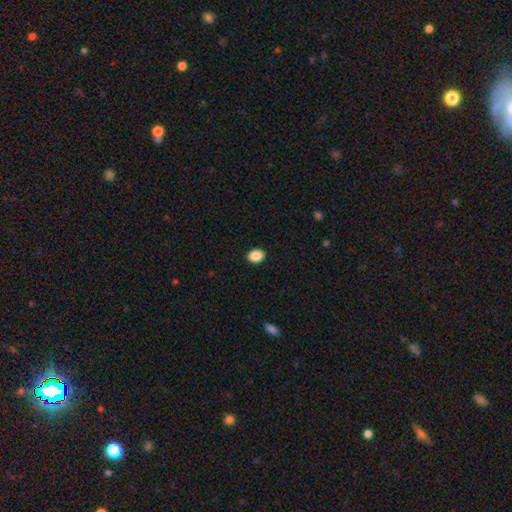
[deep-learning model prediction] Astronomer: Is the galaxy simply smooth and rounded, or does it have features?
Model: smooth — 89%.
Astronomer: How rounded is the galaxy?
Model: in between — 66%.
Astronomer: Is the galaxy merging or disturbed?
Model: none — 91%.